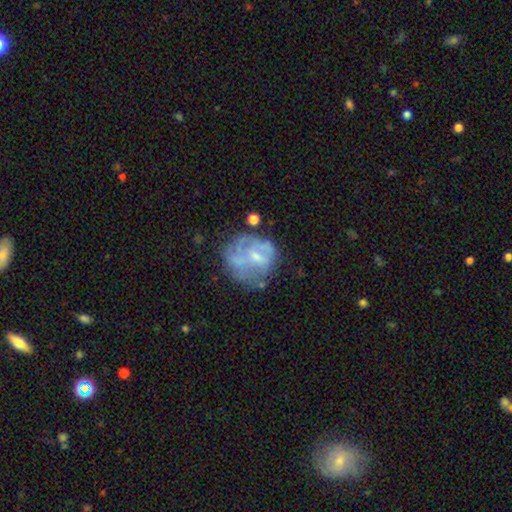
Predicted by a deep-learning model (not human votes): Q: Smooth or featured?
A: featured or disk (61%); runner-up: smooth (30%)
Q: Edge-on disk?
A: no (98%); runner-up: yes (2%)
Q: Bar?
A: no (55%); runner-up: weak (37%)
Q: Spiral arms?
A: no (54%); runner-up: yes (46%)
Q: Bulge size?
A: small (53%); runner-up: moderate (28%)
Q: Merging?
A: none (47%); runner-up: minor disturbance (23%)